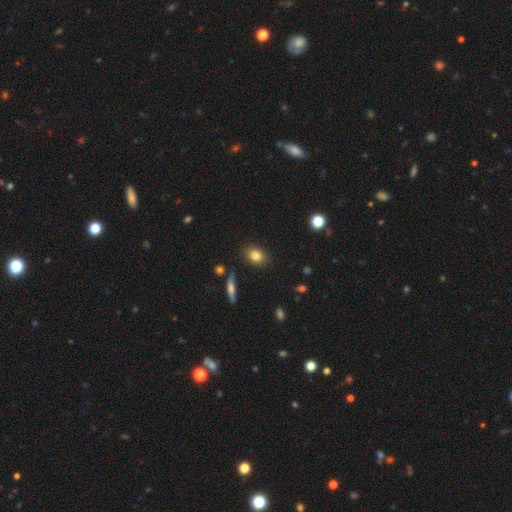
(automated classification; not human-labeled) This is clearly a smooth galaxy (82%). How rounded: possibly in between (57%). Merging: clearly none (85%).